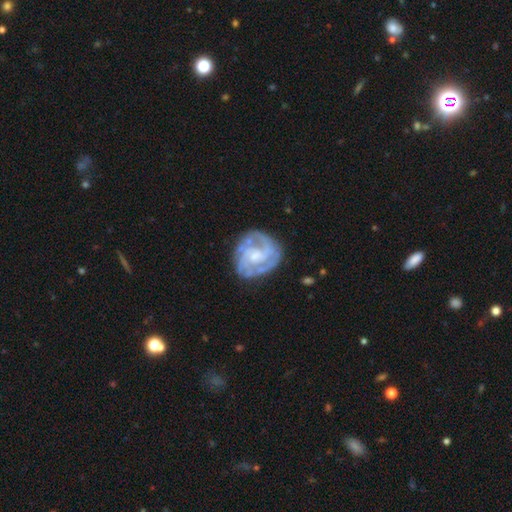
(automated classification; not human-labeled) Morphology: type=featured or disk (86%); edge-on=no (98%); bar=no (57%); spiral arms=yes (95%); winding=tight (60%); arm count=3 (30%); bulge=small (57%); merging=none (73%).